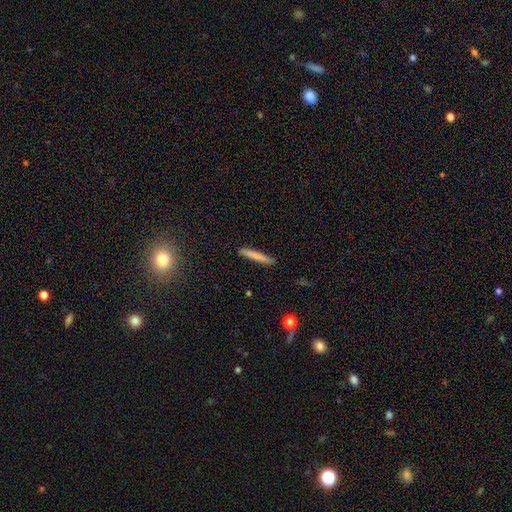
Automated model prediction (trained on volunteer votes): smooth_or_featured: smooth (p=0.77) [alt: featured or disk p=0.16]
how_rounded: cigar-shaped (p=0.95) [alt: in between p=0.04]
merging: none (p=0.89) [alt: minor disturbance p=0.08]